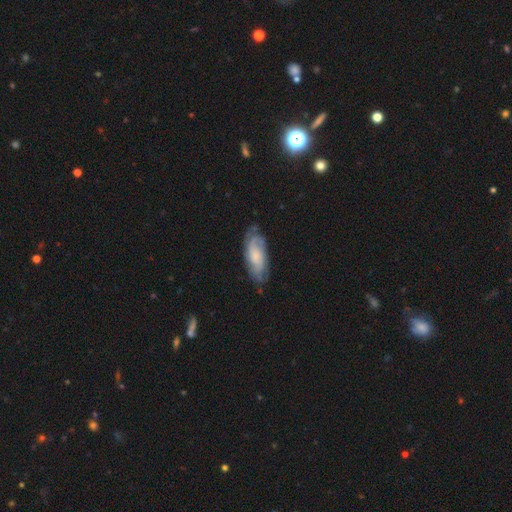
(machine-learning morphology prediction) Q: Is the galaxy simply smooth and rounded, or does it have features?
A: featured or disk — 65%.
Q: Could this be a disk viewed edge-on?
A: no — 90%.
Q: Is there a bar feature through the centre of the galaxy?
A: no — 65%.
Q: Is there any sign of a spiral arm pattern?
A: yes — 91%.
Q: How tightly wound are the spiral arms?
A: tight — 44%.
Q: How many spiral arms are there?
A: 2 — 40%.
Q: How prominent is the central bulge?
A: small — 34%.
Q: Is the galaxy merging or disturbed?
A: none — 70%.